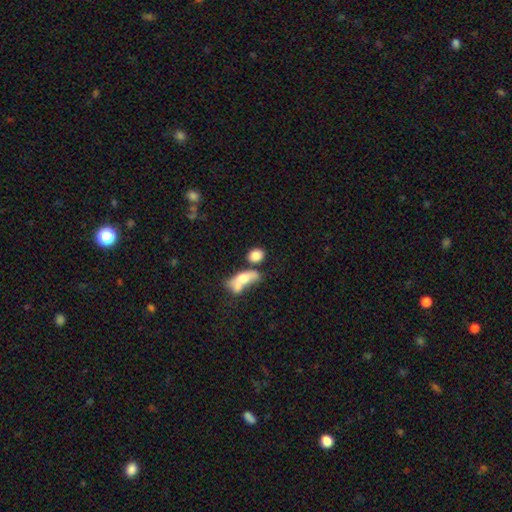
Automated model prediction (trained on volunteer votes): The model was most divided on "how rounded": in between: 52%, round: 42%, cigar-shaped: 6%. Remaining: smooth or featured — smooth (80%); merging — none (44%).